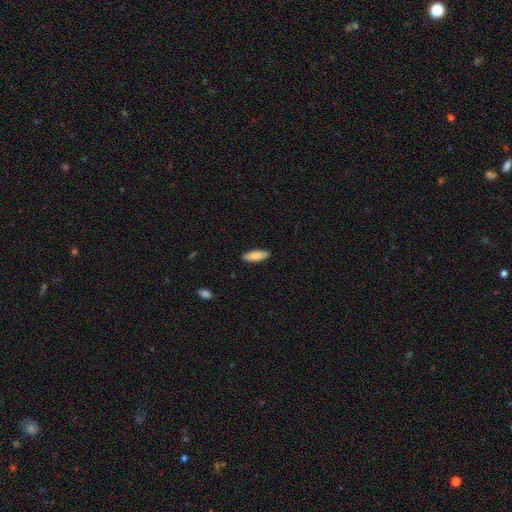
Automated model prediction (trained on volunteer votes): This is clearly a smooth galaxy (84%). How rounded: possibly in between (58%). Merging: clearly none (88%).